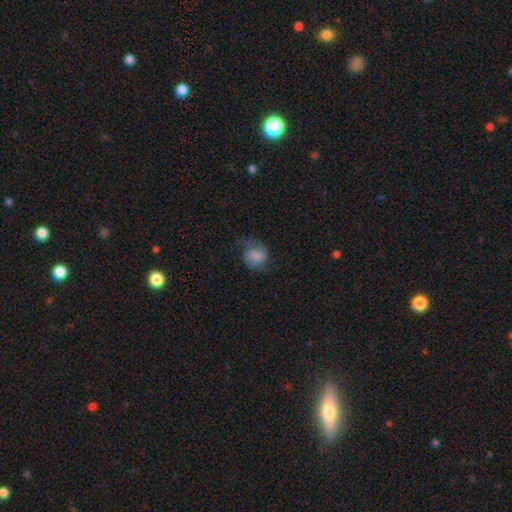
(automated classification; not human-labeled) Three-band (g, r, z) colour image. It shows a featured or disk galaxy (49%). Merging: none (62%).